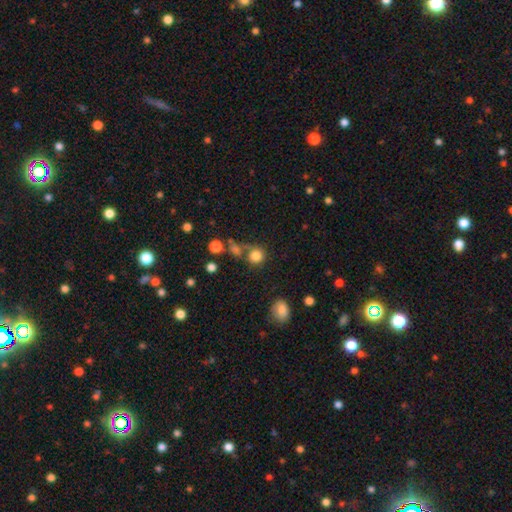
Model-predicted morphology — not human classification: Smooth or featured?
  - smooth: 81% *
  - star or artifact: 12%
  - featured or disk: 7%
How rounded?
  - round: 88% *
  - in between: 11%
  - cigar-shaped: 1%
Merging?
  - none: 56% *
  - merger: 24%
  - minor disturbance: 12%
  - major disturbance: 8%